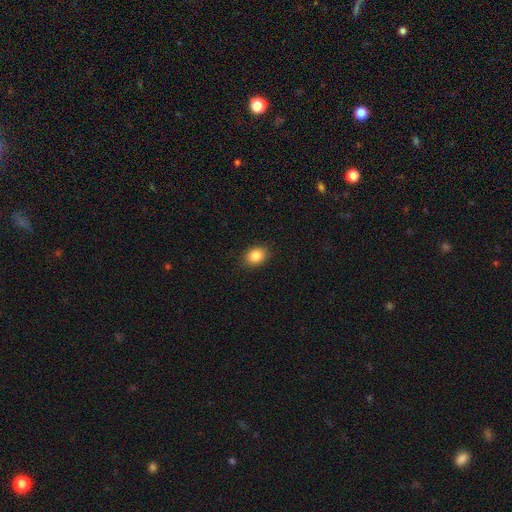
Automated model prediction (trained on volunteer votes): This appears to be a smooth galaxy with no disk features (87%) that is in between round and cigar-shaped (69%). Merging: none (88%).